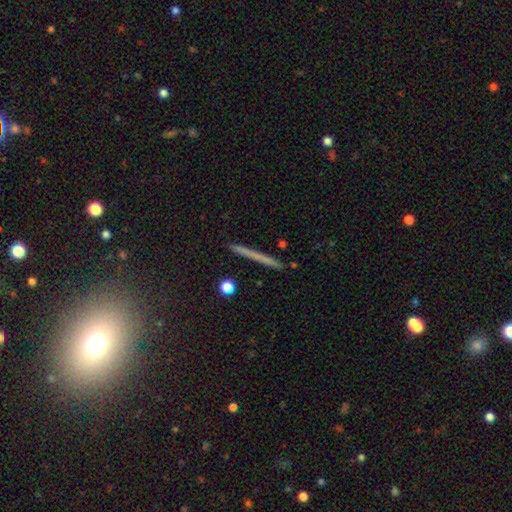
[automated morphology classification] type=smooth (48%); merging=none (91%).